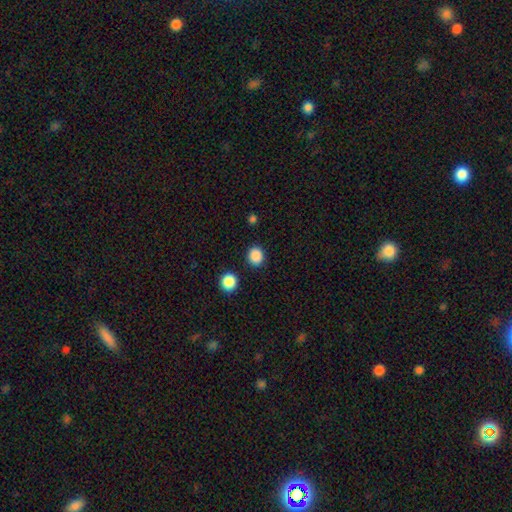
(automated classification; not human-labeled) smooth-or-featured: smooth: 87% | star or artifact: 10% | featured or disk: 3%
  how-rounded: round: 78% | in between: 21% | cigar-shaped: 1%
  merging: none: 88% | minor disturbance: 7% | merger: 3% | major disturbance: 2%